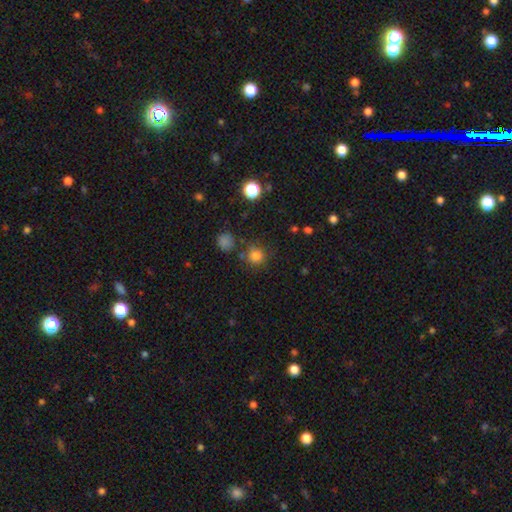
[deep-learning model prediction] smooth_or_featured: smooth (p=0.79) [alt: star or artifact p=0.16]
how_rounded: round (p=0.89) [alt: in between p=0.10]
merging: none (p=0.75) [alt: minor disturbance p=0.13]